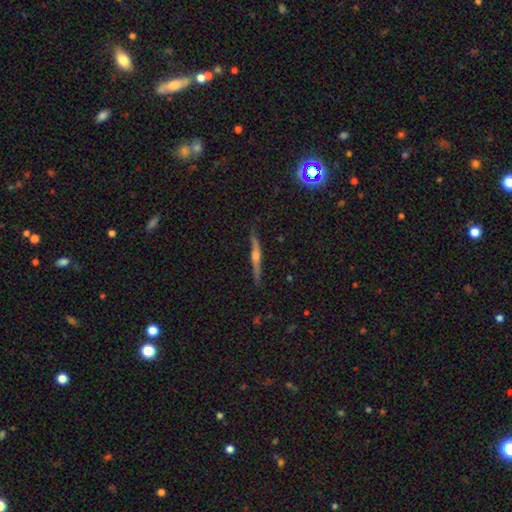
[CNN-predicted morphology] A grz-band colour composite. It shows a featured or disk galaxy (79%) viewed edge-on (98%) with a rounded central bulge (89%). Merging: none (90%).